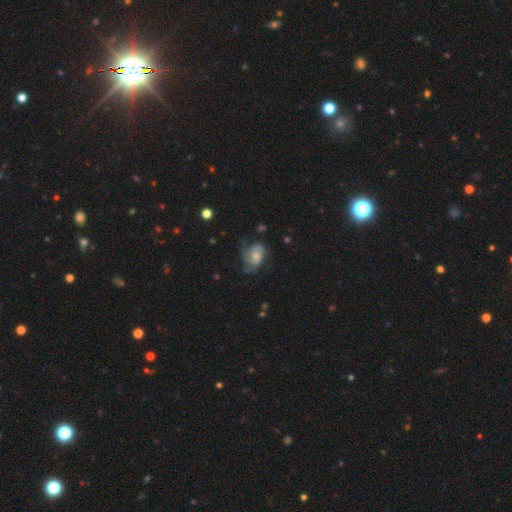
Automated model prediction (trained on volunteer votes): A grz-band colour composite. It shows a featured or disk galaxy (76%) with no bar (65%), 3 (33%) medium (46%) spiral arms (91%) and a moderate central bulge (46%). Merging: none (51%).